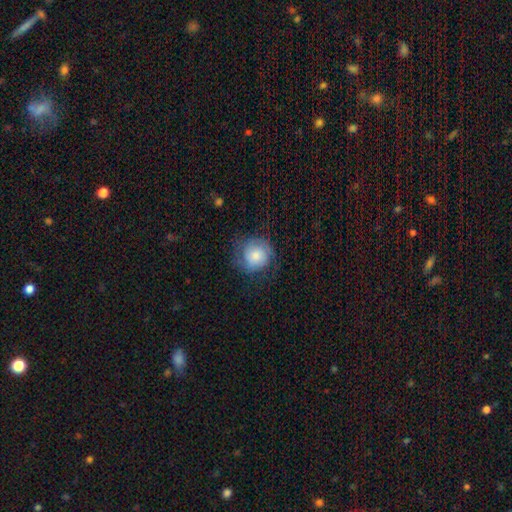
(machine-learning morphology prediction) The model was most divided on "smooth or featured": smooth: 63%, featured or disk: 29%, star or artifact: 7%. More confident: how rounded — round (87%); merging — none (62%).